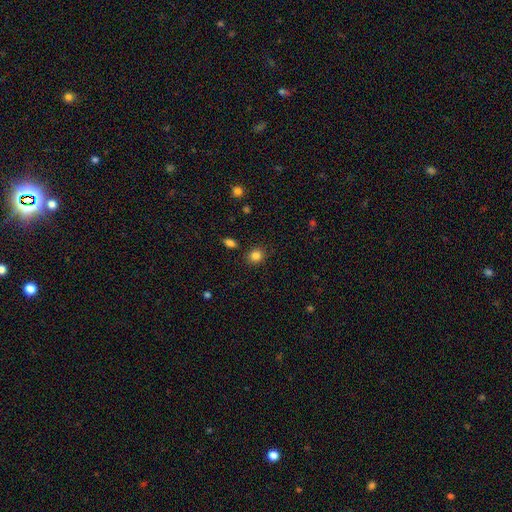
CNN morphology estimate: This is clearly a smooth galaxy (84%). How rounded: likely round (70%). Merging: clearly none (85%).